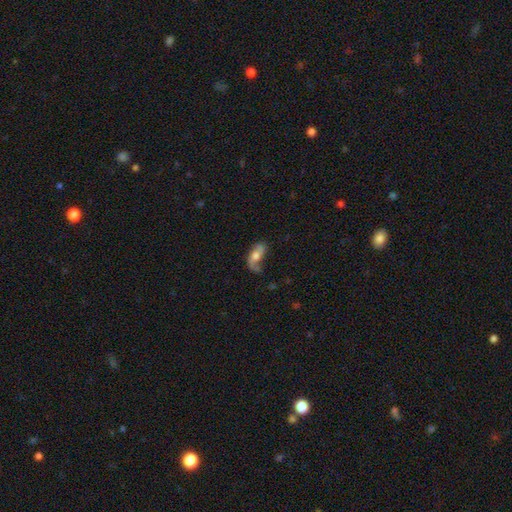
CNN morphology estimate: smooth_or_featured: featured or disk (p=0.53) [alt: smooth p=0.40]
disk_edge_on: no (p=0.87) [alt: yes p=0.13]
merging: none (p=0.44) [alt: minor disturbance p=0.29]